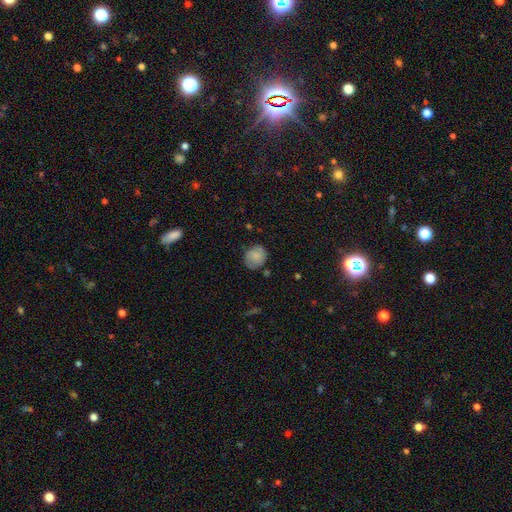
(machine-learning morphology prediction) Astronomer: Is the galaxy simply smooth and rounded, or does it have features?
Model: smooth — 81%.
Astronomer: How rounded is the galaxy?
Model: round — 70%.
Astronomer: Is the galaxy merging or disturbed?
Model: none — 74%.